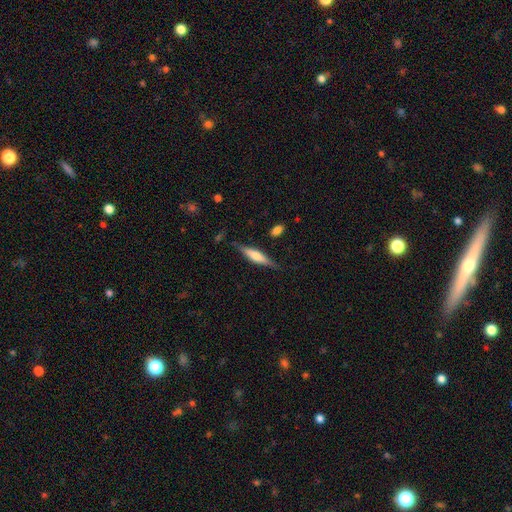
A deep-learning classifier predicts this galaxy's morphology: Smooth or featured? Predicted: featured or disk (p=0.57). Edge-on disk? Predicted: yes (p=0.96). Edge-on bulge? Predicted: rounded (p=0.73). Merging? Predicted: none (p=0.82).